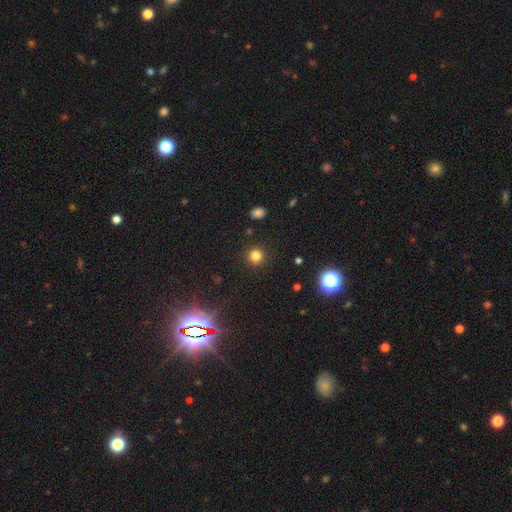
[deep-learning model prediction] Smooth or featured? Predicted: smooth (p=0.79). How rounded? Predicted: round (p=0.92). Merging? Predicted: none (p=0.90).